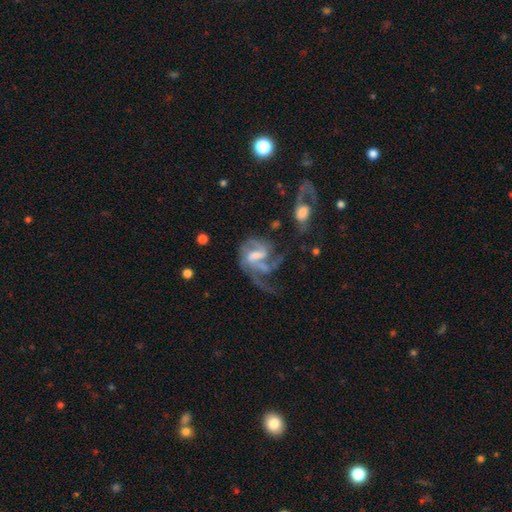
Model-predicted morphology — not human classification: Smooth or featured: featured or disk — 82% (smooth — 11%)
Edge-on disk: no — 97% (yes — 3%)
Bar: weak — 47% (strong — 32%)
Spiral arms: yes — 89% (no — 11%)
Spiral winding: medium — 45% (loose — 31%)
Spiral arm count: 2 — 40% (can't tell — 19%)
Bulge size: moderate — 39% (small — 30%)
Merging: major disturbance — 44% (none — 28%)